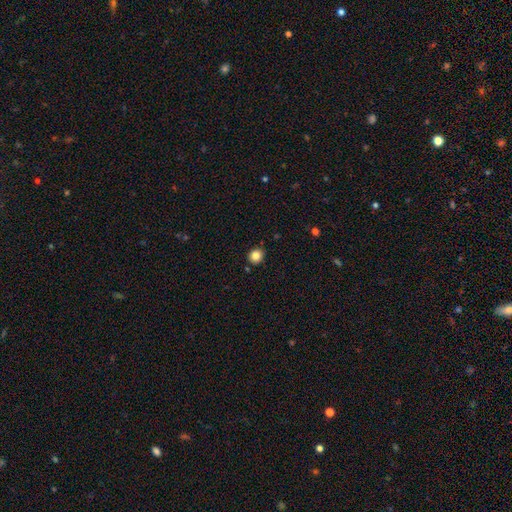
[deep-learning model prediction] Q: Smooth or featured?
A: smooth (84%); runner-up: star or artifact (11%)
Q: How rounded?
A: round (85%); runner-up: in between (14%)
Q: Merging?
A: none (88%); runner-up: minor disturbance (8%)